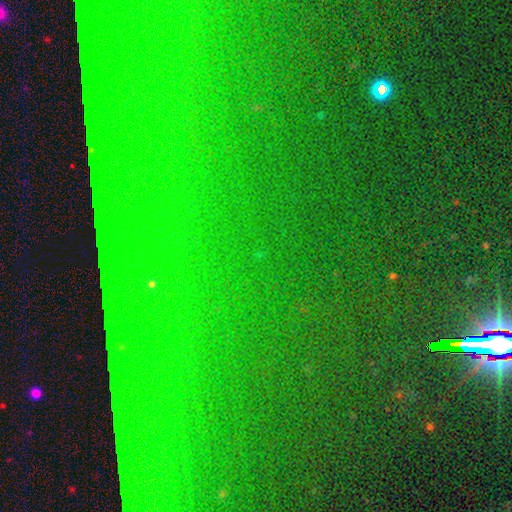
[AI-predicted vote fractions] This appears to be a star or artifact, not a galaxy (83%).